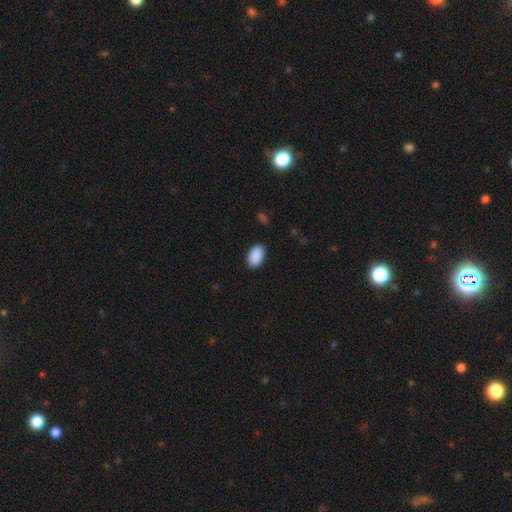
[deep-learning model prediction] Smooth or featured: smooth — 91% (star or artifact — 6%)
How rounded: in between — 93% (round — 6%)
Merging: none — 89% (minor disturbance — 8%)